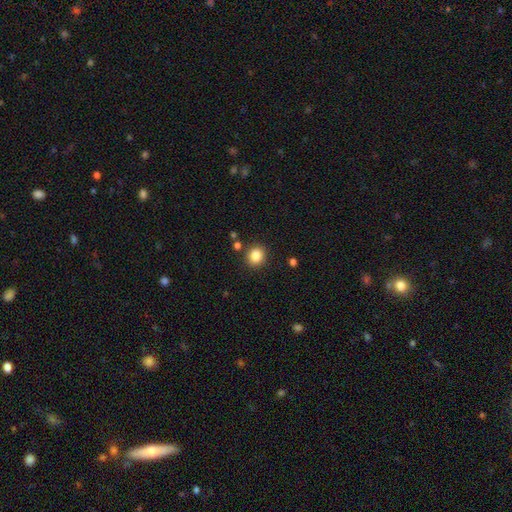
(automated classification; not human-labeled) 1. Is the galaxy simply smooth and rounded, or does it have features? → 84% smooth, 11% star or artifact, 5% featured or disk.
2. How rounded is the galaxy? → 82% round, 17% in between, 1% cigar-shaped.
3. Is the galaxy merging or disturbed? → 87% none, 7% minor disturbance, 3% merger, 2% major disturbance.